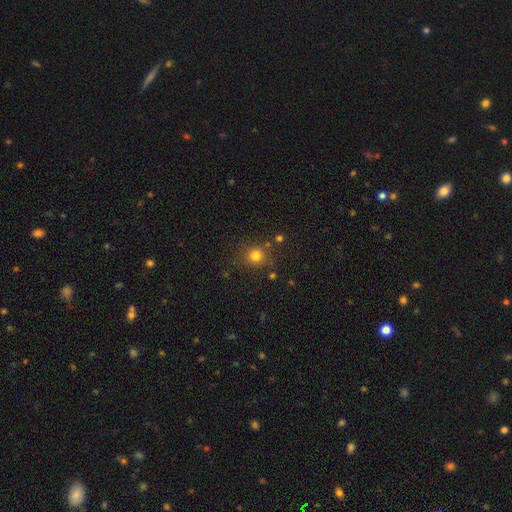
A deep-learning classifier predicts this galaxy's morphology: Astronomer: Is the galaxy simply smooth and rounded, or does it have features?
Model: smooth — 79%.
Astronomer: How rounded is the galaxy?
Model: round — 90%.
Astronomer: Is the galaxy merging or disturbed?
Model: none — 82%.